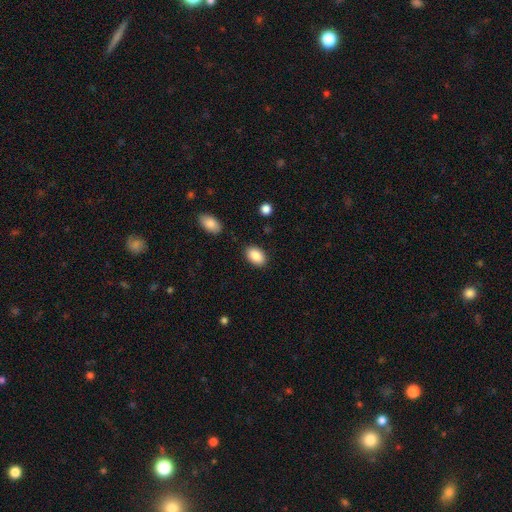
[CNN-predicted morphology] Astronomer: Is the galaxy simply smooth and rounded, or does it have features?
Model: smooth — 89%.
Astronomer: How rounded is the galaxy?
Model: in between — 89%.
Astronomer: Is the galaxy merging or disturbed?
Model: none — 87%.